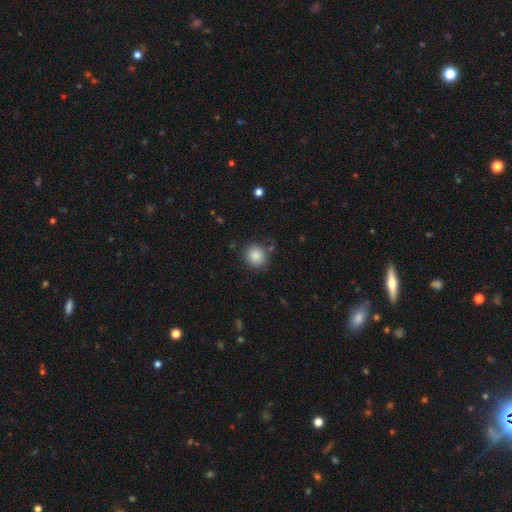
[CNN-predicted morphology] smooth 86%, star or artifact 9%, featured or disk 5%. Down the decision tree: how rounded — round (89%); merging — none (83%).